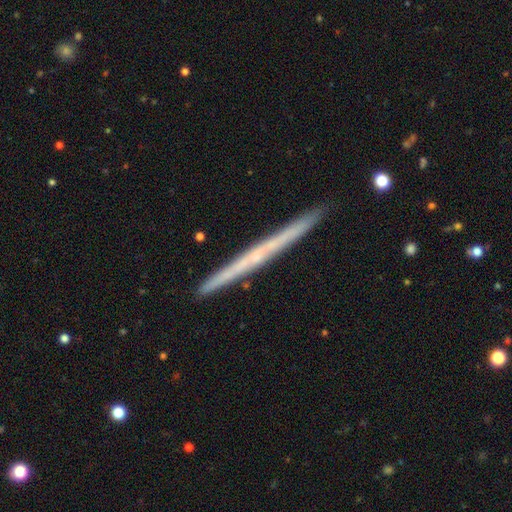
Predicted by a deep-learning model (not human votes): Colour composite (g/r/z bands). It shows a featured or disk galaxy (66%) viewed edge-on (98%) with no central bulge (79%). Merging: none (91%).